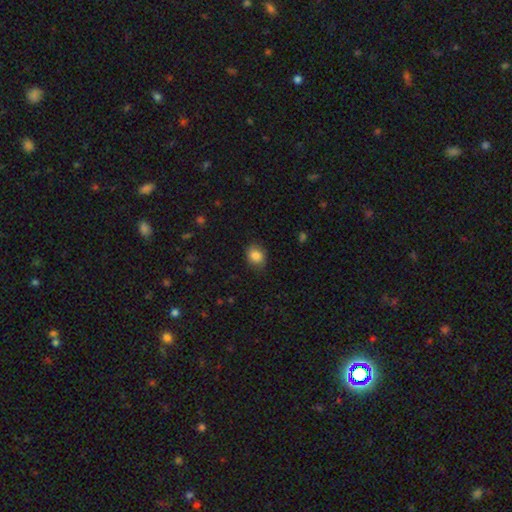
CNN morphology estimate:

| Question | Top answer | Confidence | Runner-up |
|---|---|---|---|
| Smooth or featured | smooth | 85% | star or artifact (9%) |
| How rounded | in between | 52% | round (47%) |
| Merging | none | 80% | minor disturbance (16%) |